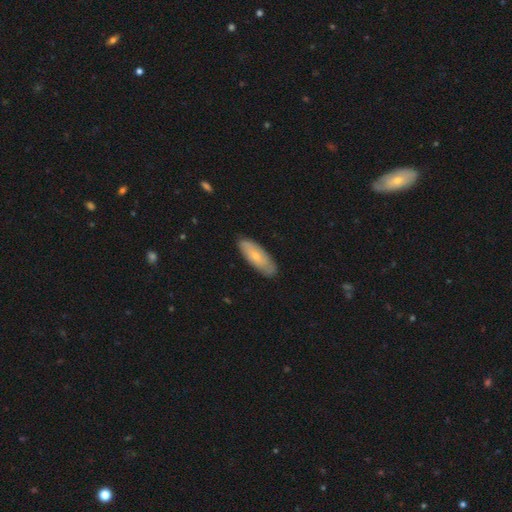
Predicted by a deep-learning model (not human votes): Smooth or featured? smooth (61%)
How rounded? in between (69%)
Merging? none (84%)